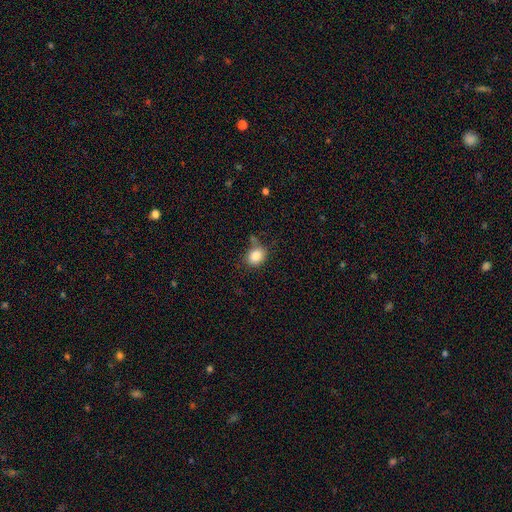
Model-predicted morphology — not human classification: smooth 84%, star or artifact 10%, featured or disk 6%. Down the decision tree: how rounded — round (57%); merging — none (63%).